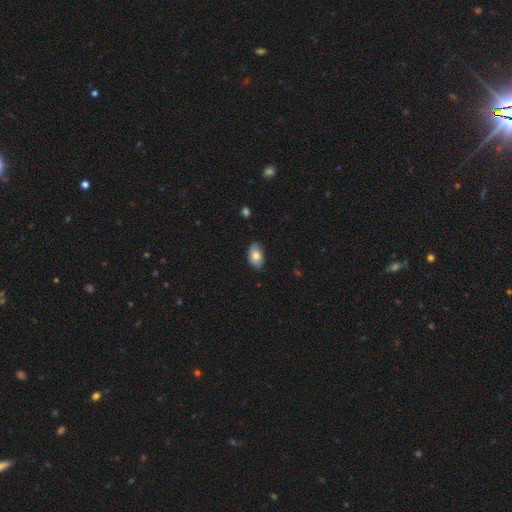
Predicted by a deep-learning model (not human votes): Morphology: type=smooth (77%); roundness=in between (91%); merging=none (77%).